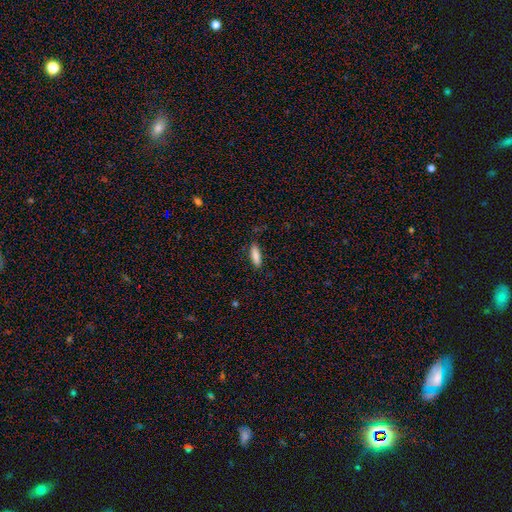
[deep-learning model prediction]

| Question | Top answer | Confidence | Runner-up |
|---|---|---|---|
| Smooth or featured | smooth | 86% | featured or disk (7%) |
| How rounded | cigar-shaped | 53% | in between (46%) |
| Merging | none | 83% | minor disturbance (13%) |